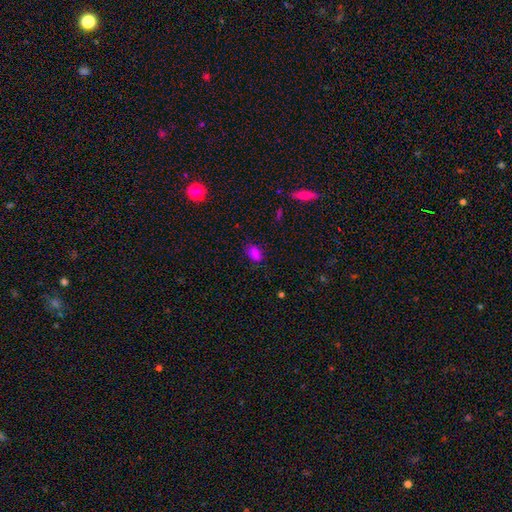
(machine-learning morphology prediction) type=smooth (83%); roundness=in between (89%); merging=none (79%).